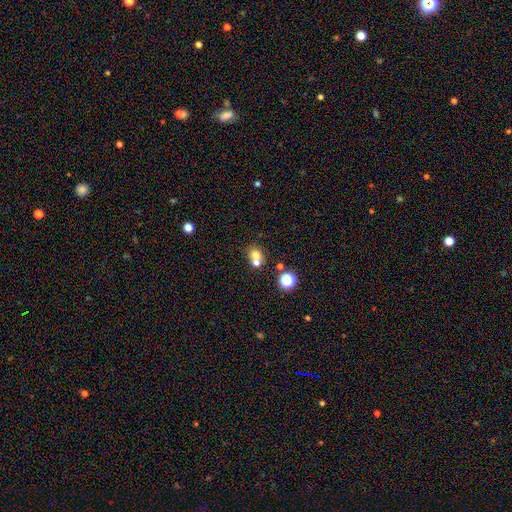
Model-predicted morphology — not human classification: A smooth galaxy with no disk features (70%) that is round (74%). Merging: merger (48%).